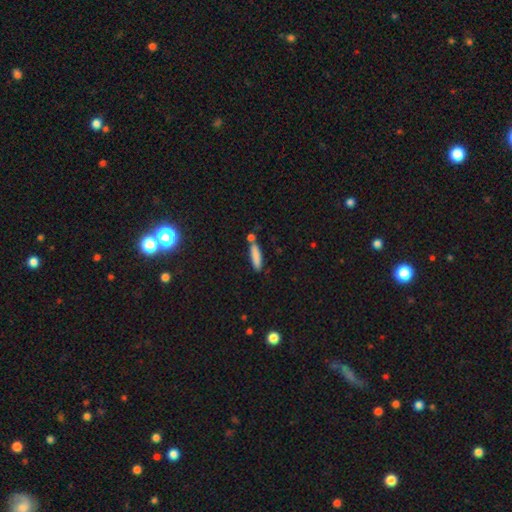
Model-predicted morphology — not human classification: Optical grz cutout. It shows a smooth galaxy with no disk features (82%) that is cigar-shaped (80%). Merging: none (70%).